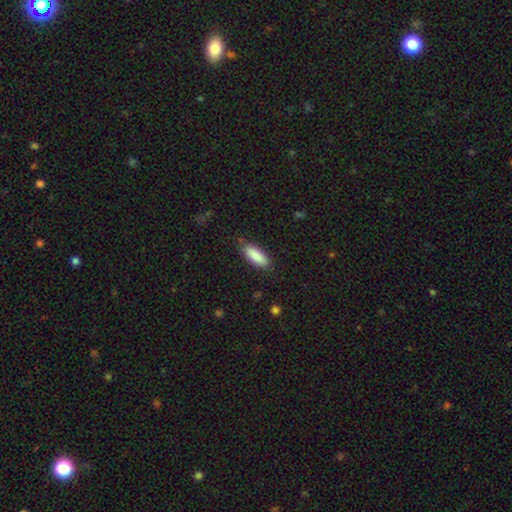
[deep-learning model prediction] The model was most divided on "how rounded": in between: 70%, cigar-shaped: 28%, round: 2%. More confident: smooth or featured — smooth (88%); merging — none (81%).